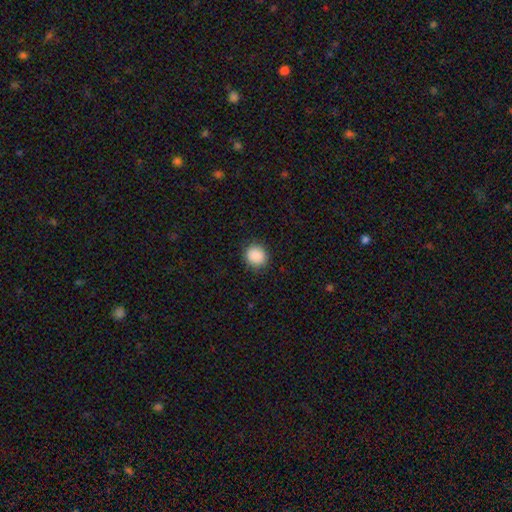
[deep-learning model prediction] Smooth or featured? smooth (89%)
How rounded? round (83%)
Merging? none (89%)